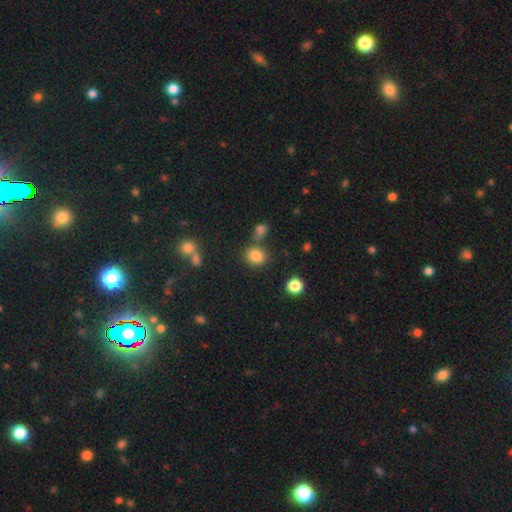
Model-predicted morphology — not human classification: Smooth or featured?
  - smooth: 82% *
  - star or artifact: 12%
  - featured or disk: 5%
How rounded?
  - round: 62% *
  - in between: 37%
  - cigar-shaped: 1%
Merging?
  - none: 70% *
  - merger: 13%
  - minor disturbance: 12%
  - major disturbance: 5%